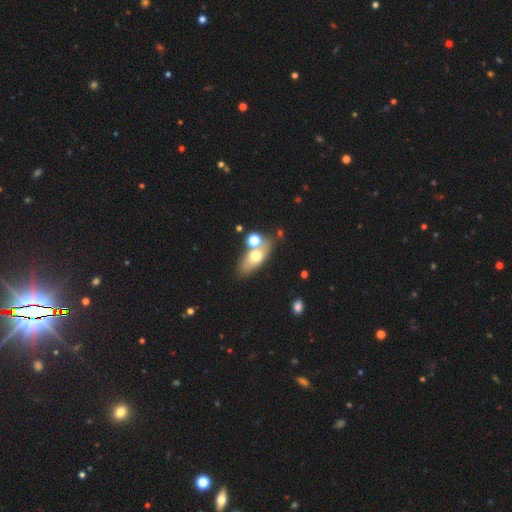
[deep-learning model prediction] Overall: smooth (61%; featured or disk 30%). How rounded: in between (73%). Merging: none (63%).